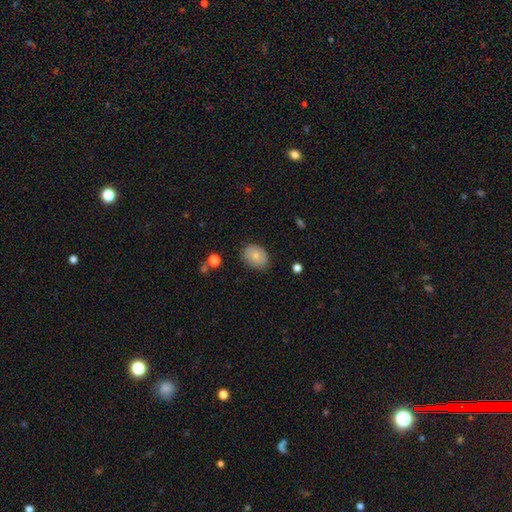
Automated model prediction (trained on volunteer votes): Smooth or featured? Predicted: smooth (p=0.72). How rounded? Predicted: in between (p=0.69). Merging? Predicted: none (p=0.79).